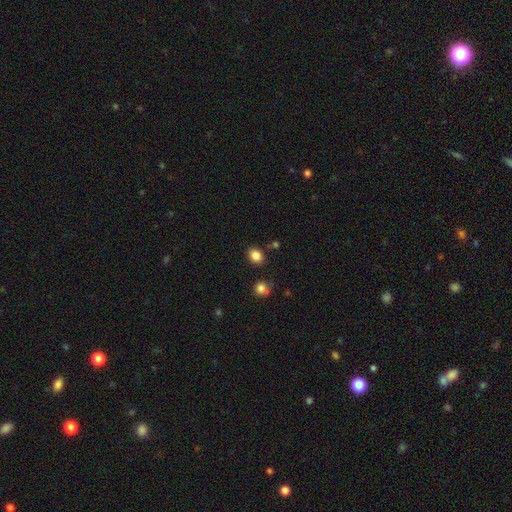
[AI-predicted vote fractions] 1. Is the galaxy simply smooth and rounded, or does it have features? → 86% smooth, 10% star or artifact, 4% featured or disk.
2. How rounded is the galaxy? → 52% in between, 47% round, 1% cigar-shaped.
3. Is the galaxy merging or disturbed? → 84% none, 9% minor disturbance, 4% merger, 3% major disturbance.